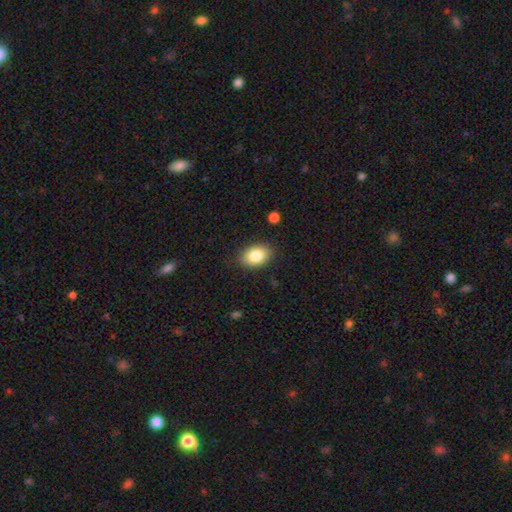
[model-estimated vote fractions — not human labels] Smooth or featured: smooth — 84% (featured or disk — 8%)
How rounded: in between — 85% (round — 14%)
Merging: none — 86% (minor disturbance — 10%)